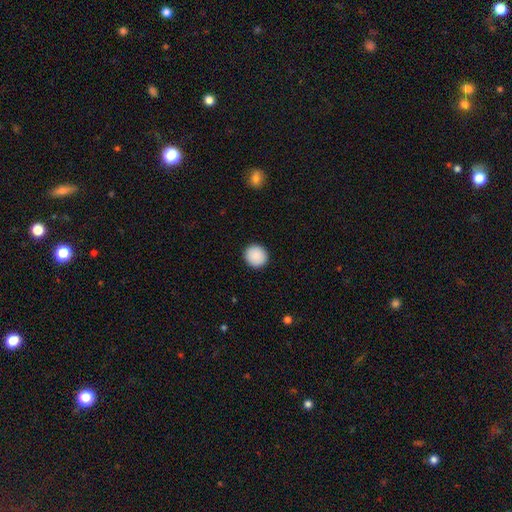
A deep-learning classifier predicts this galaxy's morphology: Smooth or featured?
  - smooth: 90% *
  - star or artifact: 7%
  - featured or disk: 3%
How rounded?
  - round: 91% *
  - in between: 8%
  - cigar-shaped: 1%
Merging?
  - none: 93% *
  - minor disturbance: 5%
  - major disturbance: 2%
  - merger: 1%